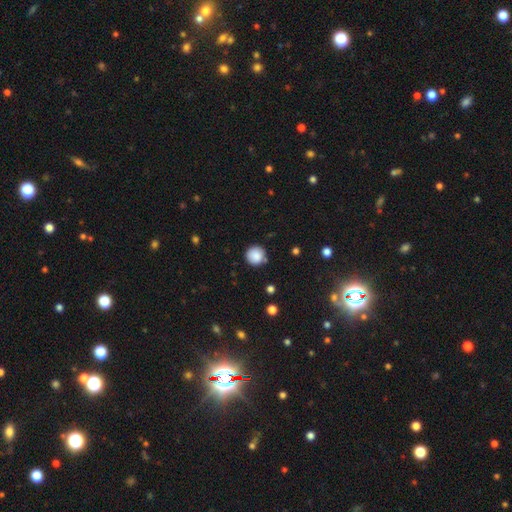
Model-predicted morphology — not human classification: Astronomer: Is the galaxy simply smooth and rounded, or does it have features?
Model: smooth — 87%.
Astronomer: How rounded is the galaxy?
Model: round — 95%.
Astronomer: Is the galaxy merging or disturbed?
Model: none — 84%.